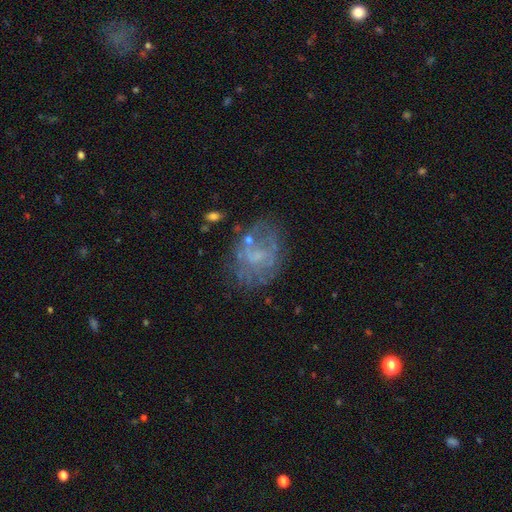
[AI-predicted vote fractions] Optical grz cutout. It shows a featured or disk galaxy (55%) with no bar (73%), no spiral arms (70%) and no central bulge (47%). Merging: none (57%).